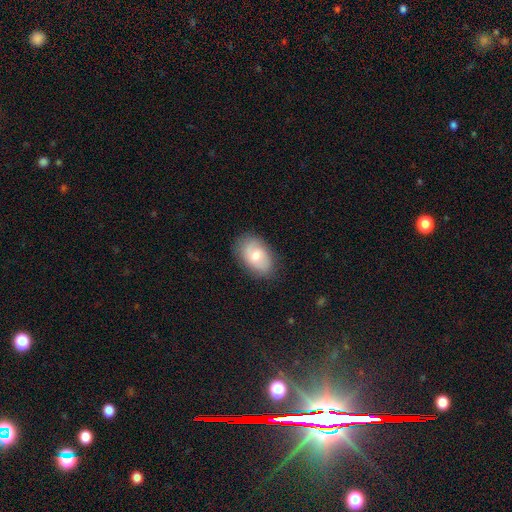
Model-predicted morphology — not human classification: Q: Smooth or featured?
A: smooth (59%); runner-up: featured or disk (34%)
Q: How rounded?
A: in between (87%); runner-up: round (12%)
Q: Merging?
A: none (78%); runner-up: minor disturbance (17%)